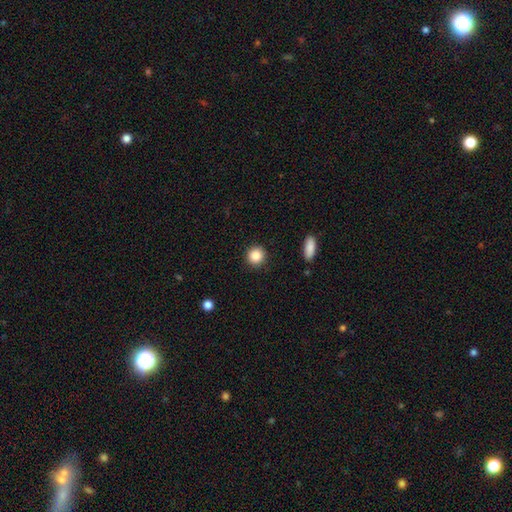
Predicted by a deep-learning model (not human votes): A smooth galaxy with no disk features (88%) that is round (91%).

Vote fractions:
- Smooth or featured? smooth: 88% / star or artifact: 9% / featured or disk: 3%
- How rounded? round: 91% / in between: 8% / cigar-shaped: 1%
- Merging? none: 90% / minor disturbance: 6% / major disturbance: 2% / merger: 1%